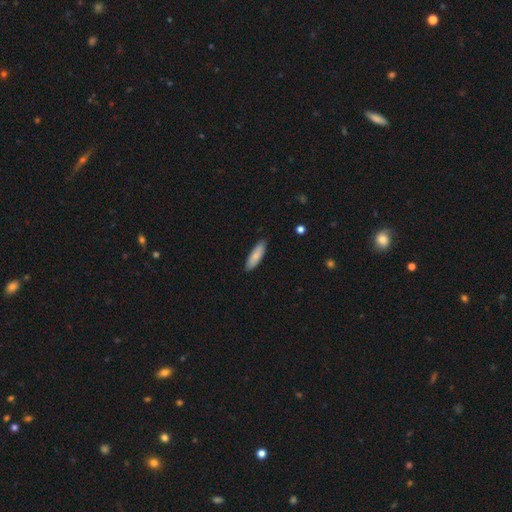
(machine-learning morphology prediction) A smooth galaxy with no disk features (83%) that is cigar-shaped (55%).

Vote fractions:
- Smooth or featured? smooth: 83% / featured or disk: 11% / star or artifact: 6%
- How rounded? cigar-shaped: 55% / in between: 44% / round: 2%
- Merging? none: 86% / minor disturbance: 11% / major disturbance: 2% / merger: 1%